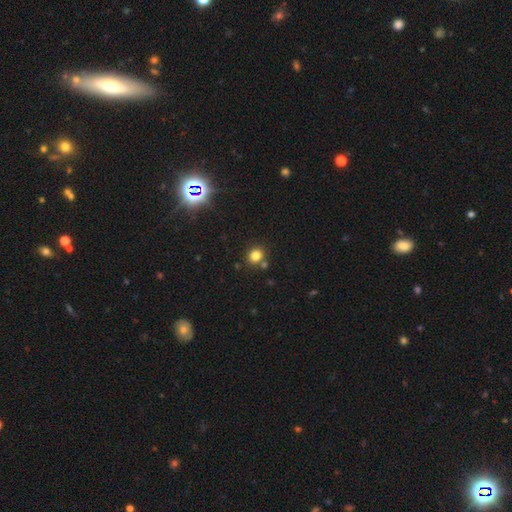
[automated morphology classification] This is clearly a smooth galaxy (80%). How rounded: likely round (76%). Merging: likely none (76%).